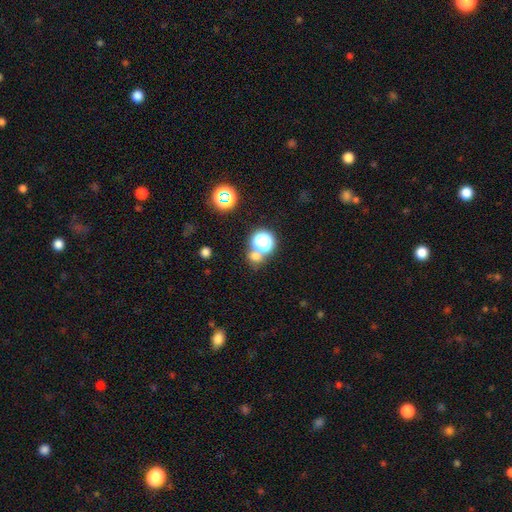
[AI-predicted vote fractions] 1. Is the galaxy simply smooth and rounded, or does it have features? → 61% smooth, 30% star or artifact, 8% featured or disk.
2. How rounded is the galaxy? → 78% round, 21% in between, 1% cigar-shaped.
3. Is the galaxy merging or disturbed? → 58% none, 30% merger, 8% minor disturbance, 4% major disturbance.